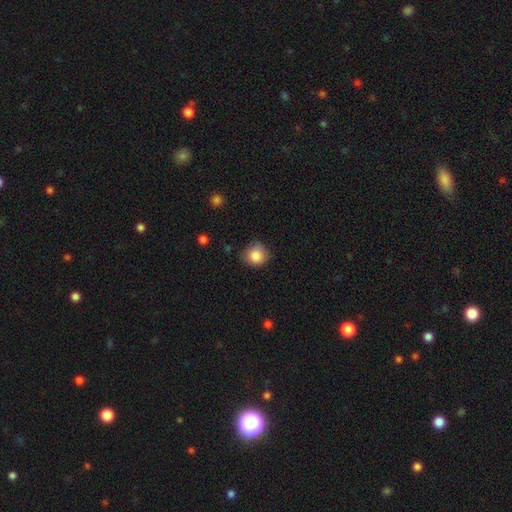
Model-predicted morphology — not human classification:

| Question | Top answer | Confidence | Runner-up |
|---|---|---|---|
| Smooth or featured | smooth | 85% | star or artifact (10%) |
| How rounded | round | 86% | in between (13%) |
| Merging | none | 71% | minor disturbance (23%) |